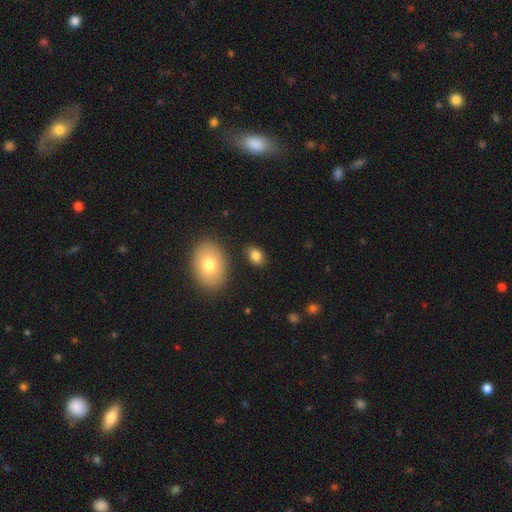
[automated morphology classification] Smooth or featured: smooth — 83% (star or artifact — 9%)
How rounded: in between — 84% (round — 14%)
Merging: none — 83% (minor disturbance — 10%)